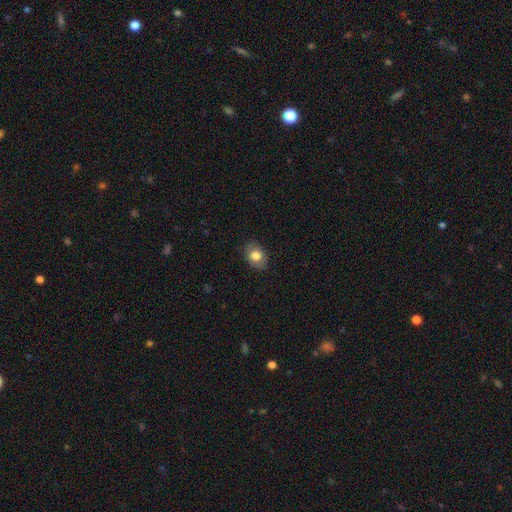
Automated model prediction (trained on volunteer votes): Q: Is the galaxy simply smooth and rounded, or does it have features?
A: smooth — 77%.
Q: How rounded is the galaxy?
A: in between — 70%.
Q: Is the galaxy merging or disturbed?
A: none — 83%.